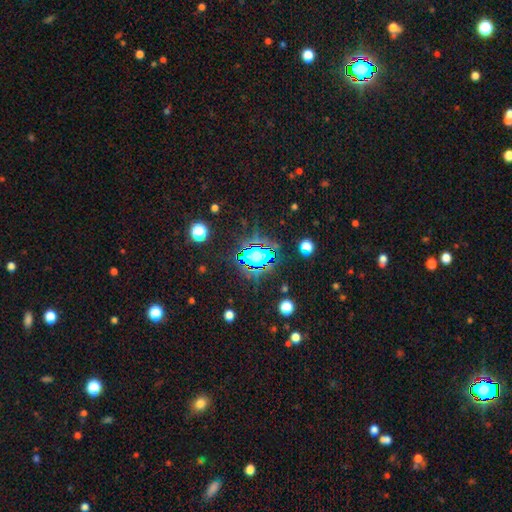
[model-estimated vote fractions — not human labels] star or artifact 59%, smooth 28%, featured or disk 13%.